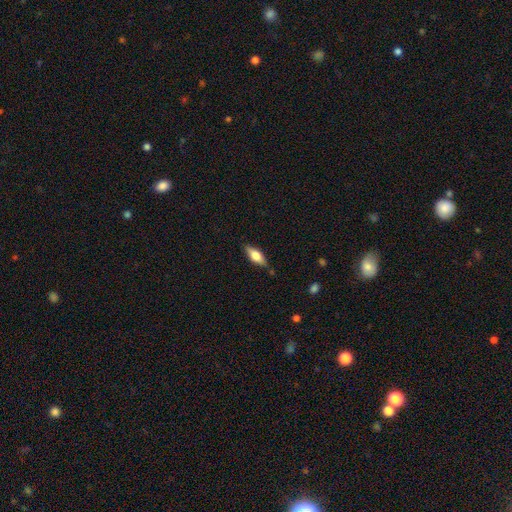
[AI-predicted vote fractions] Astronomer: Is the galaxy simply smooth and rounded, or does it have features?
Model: smooth — 62%.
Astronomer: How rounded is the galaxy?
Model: in between — 73%.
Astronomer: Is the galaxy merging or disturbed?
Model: none — 80%.